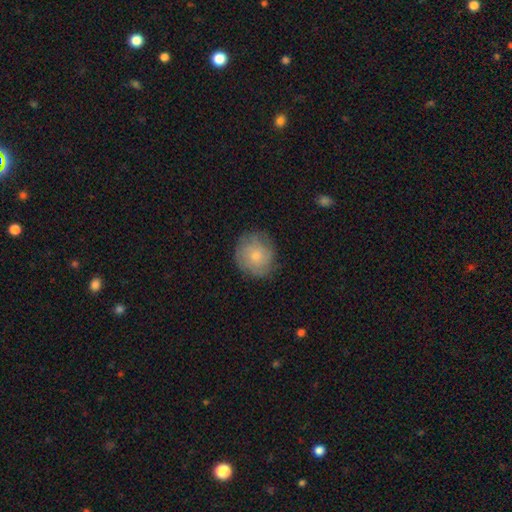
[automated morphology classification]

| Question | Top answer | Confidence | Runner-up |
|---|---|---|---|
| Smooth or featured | smooth | 63% | featured or disk (30%) |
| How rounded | round | 84% | in between (15%) |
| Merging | none | 77% | minor disturbance (17%) |